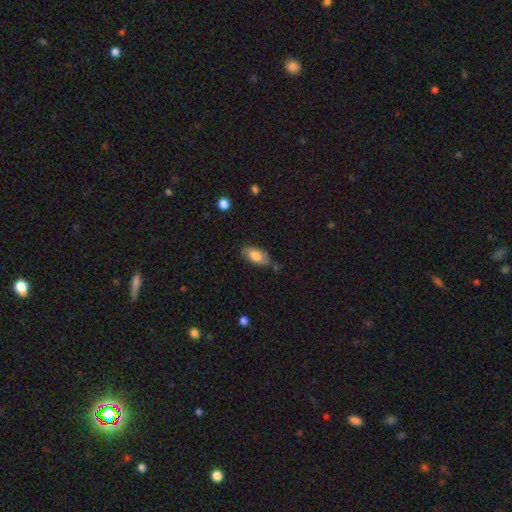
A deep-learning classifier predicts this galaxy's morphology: This is likely a smooth galaxy (73%). How rounded: clearly in between (92%). Merging: likely none (76%).